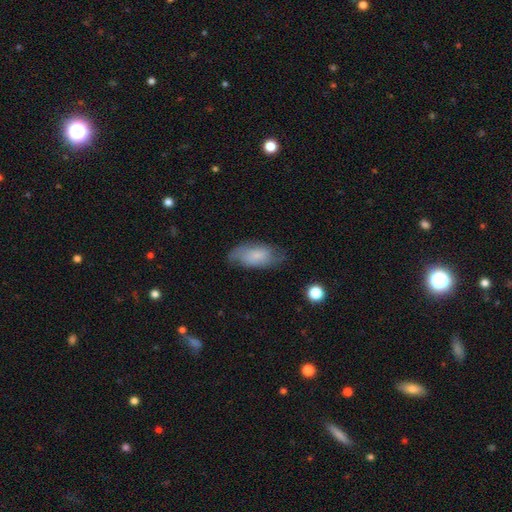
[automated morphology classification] smooth 59%, featured or disk 34%, star or artifact 7%. Down the decision tree: how rounded — in between (89%); merging — none (66%).